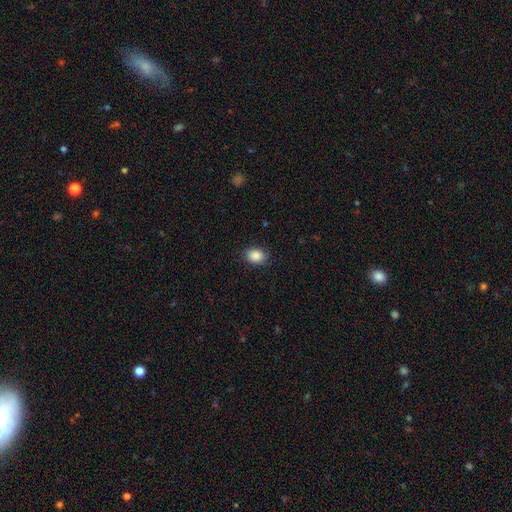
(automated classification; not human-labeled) Q: Smooth or featured?
A: smooth (88%); runner-up: star or artifact (8%)
Q: How rounded?
A: in between (68%); runner-up: round (31%)
Q: Merging?
A: none (87%); runner-up: minor disturbance (10%)